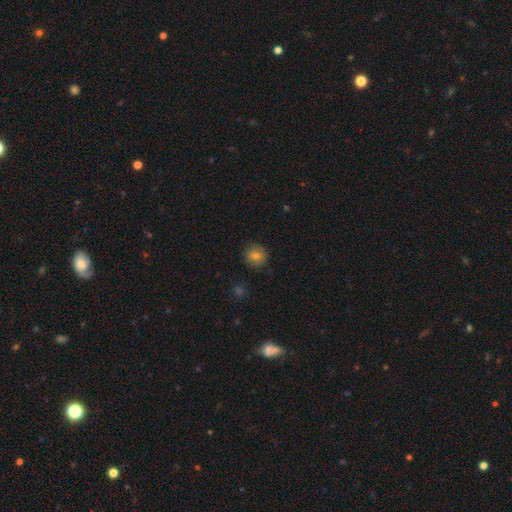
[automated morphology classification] Smooth or featured? Predicted: smooth (p=0.77). How rounded? Predicted: round (p=0.90). Merging? Predicted: none (p=0.88).